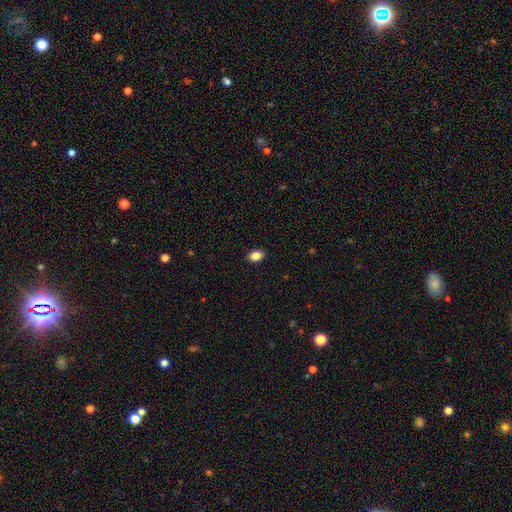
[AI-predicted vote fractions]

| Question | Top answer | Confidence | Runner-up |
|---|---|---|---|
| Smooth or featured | smooth | 85% | star or artifact (9%) |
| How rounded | in between | 83% | round (16%) |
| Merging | none | 89% | minor disturbance (8%) |